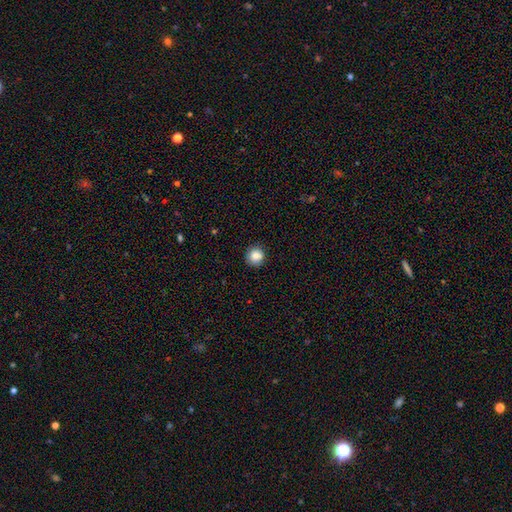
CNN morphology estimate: Smooth or featured? smooth (85%)
How rounded? round (93%)
Merging? none (85%)